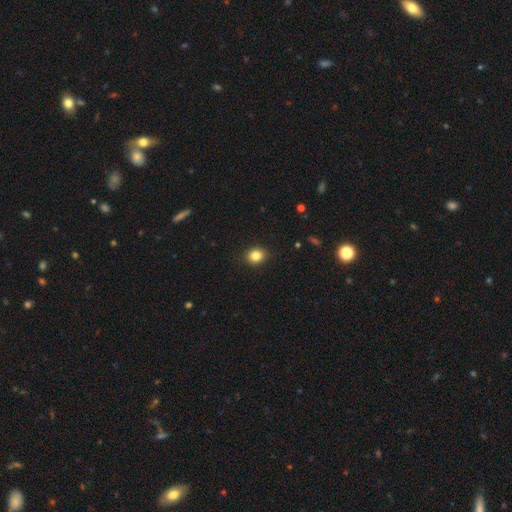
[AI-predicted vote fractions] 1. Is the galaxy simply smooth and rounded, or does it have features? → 83% smooth, 11% star or artifact, 6% featured or disk.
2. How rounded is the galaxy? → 67% round, 32% in between, 1% cigar-shaped.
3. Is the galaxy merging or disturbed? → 90% none, 7% minor disturbance, 2% major disturbance, 1% merger.